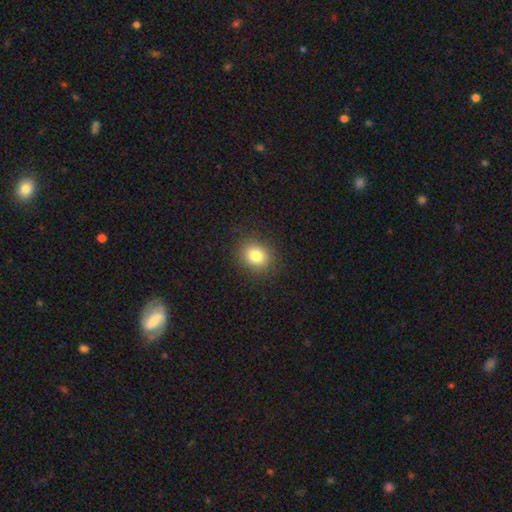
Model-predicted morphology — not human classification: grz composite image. It shows a smooth galaxy with no disk features (81%) that is round (73%). Merging: none (88%).